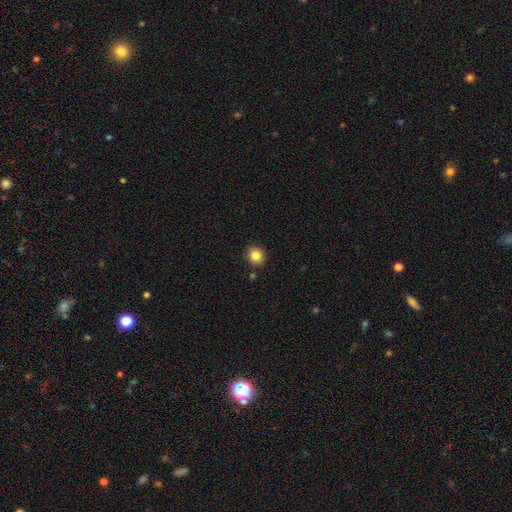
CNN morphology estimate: Overall: smooth (84%). How rounded: round (88%). Merging: none (89%).